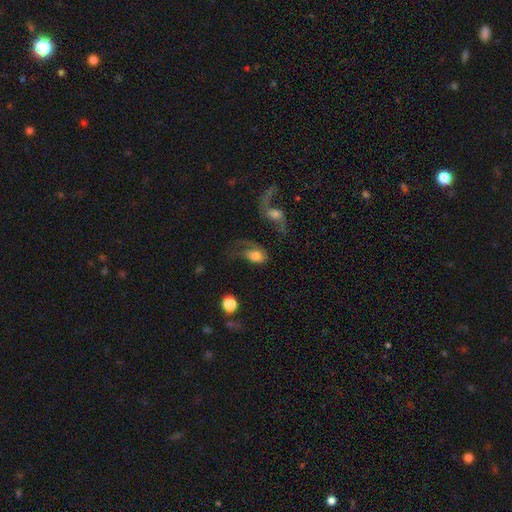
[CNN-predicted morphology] This appears to be a smooth galaxy with no disk features (53%) that is in between round and cigar-shaped (78%). Merging: major disturbance (42%).